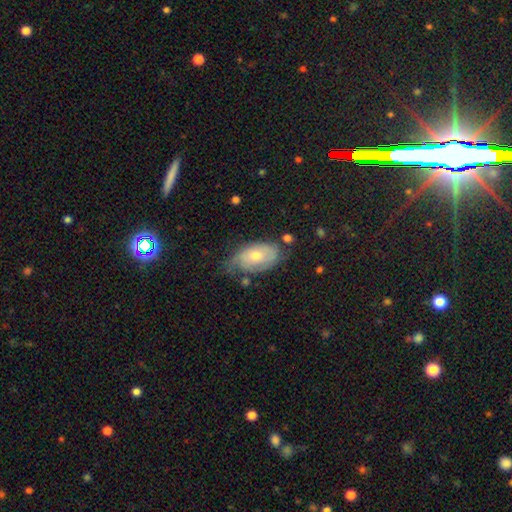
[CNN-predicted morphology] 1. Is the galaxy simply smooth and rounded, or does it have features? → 47% smooth, 45% featured or disk, 7% star or artifact.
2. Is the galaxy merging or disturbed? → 47% none, 36% minor disturbance, 12% major disturbance, 4% merger.